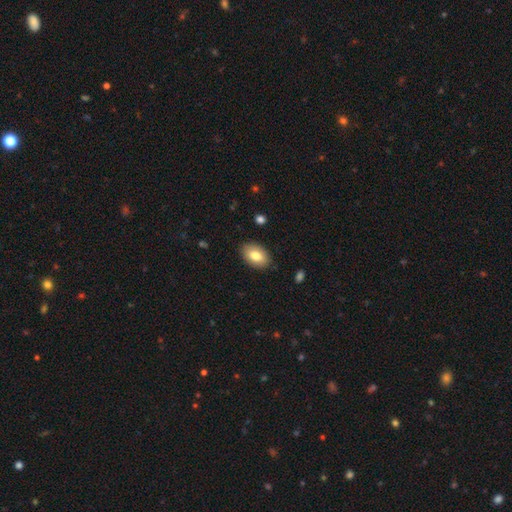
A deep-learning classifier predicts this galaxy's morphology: Overall: smooth (81%). How rounded: in between (87%). Merging: none (88%).